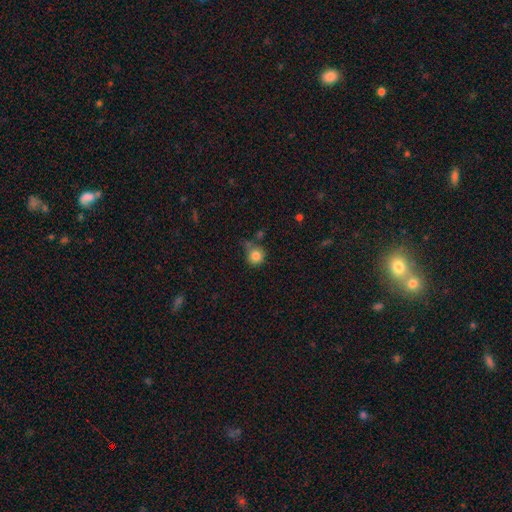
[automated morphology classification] Smooth or featured: smooth — 83% (star or artifact — 10%)
How rounded: round — 90% (in between — 9%)
Merging: none — 60% (minor disturbance — 22%)